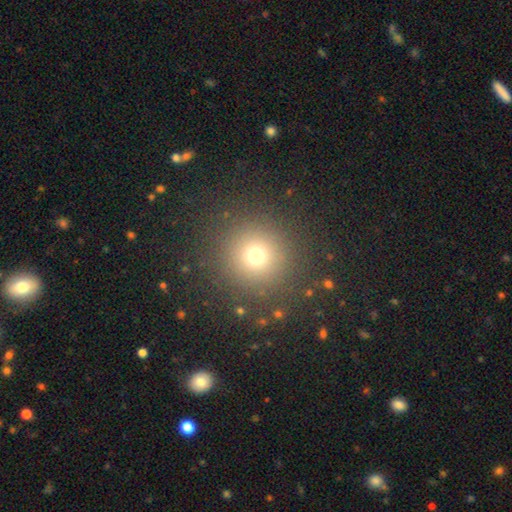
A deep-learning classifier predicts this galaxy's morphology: Smooth or featured? Predicted: smooth (p=0.71). How rounded? Predicted: round (p=0.95). Merging? Predicted: none (p=0.88).